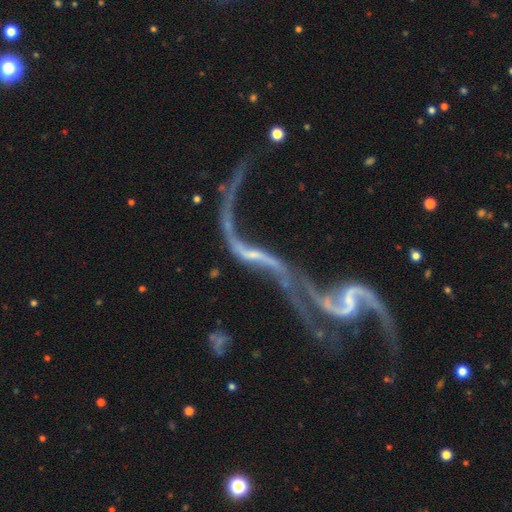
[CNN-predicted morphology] Smooth or featured: featured or disk — 84% (star or artifact — 9%)
Edge-on disk: no — 91% (yes — 9%)
Bar: no — 38% (weak — 34%)
Spiral arms: yes — 82% (no — 18%)
Spiral winding: loose — 92% (medium — 5%)
Spiral arm count: 2 — 83% (1 — 8%)
Bulge size: small — 46% (none — 37%)
Merging: merger — 68% (major disturbance — 15%)